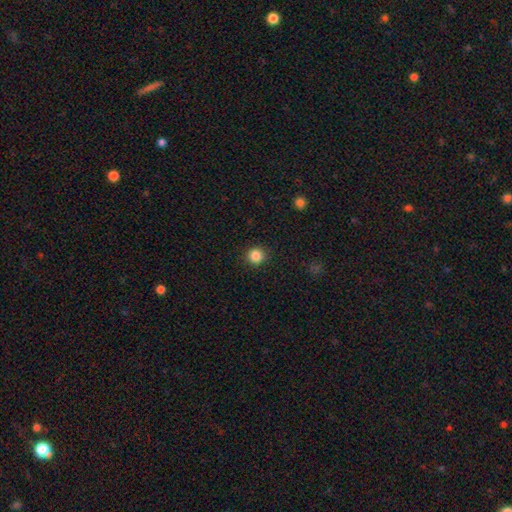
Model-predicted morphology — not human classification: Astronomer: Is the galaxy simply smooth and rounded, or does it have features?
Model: smooth — 86%.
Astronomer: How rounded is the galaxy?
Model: round — 93%.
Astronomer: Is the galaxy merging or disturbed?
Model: none — 91%.